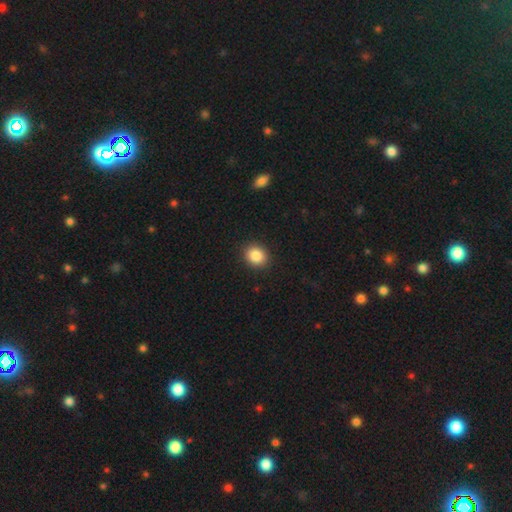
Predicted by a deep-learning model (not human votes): Smooth or featured? Predicted: smooth (p=0.86). How rounded? Predicted: round (p=0.68). Merging? Predicted: none (p=0.90).